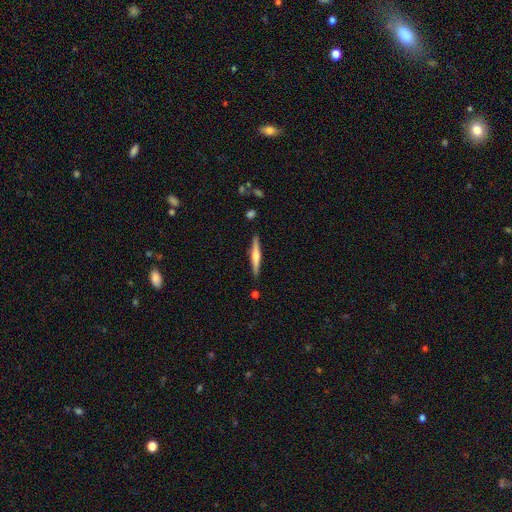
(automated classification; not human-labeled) Overall: featured or disk (56%; smooth 39%). Edge-on disk: yes (97%). Edge-on bulge: rounded (69%). Merging: none (88%).